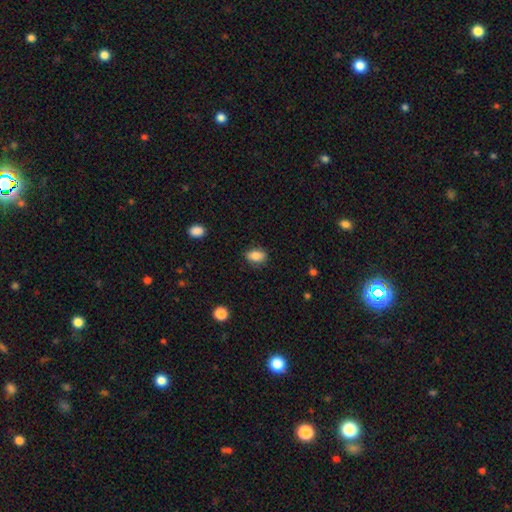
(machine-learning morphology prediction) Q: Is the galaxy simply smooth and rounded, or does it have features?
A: smooth — 85%.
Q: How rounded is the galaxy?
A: in between — 84%.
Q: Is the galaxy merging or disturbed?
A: none — 82%.